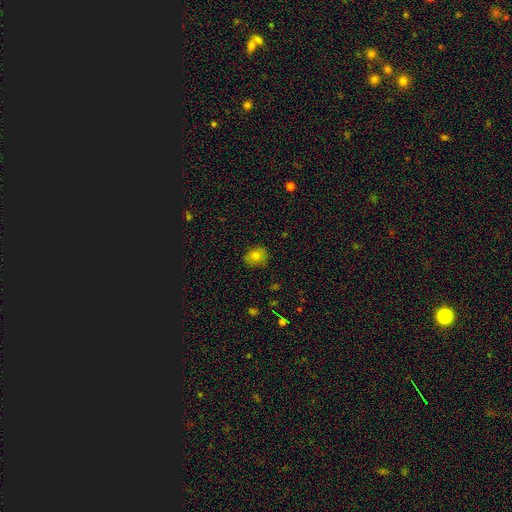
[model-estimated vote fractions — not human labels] This is likely a smooth galaxy (78%). How rounded: likely round (64%). Merging: likely none (79%).